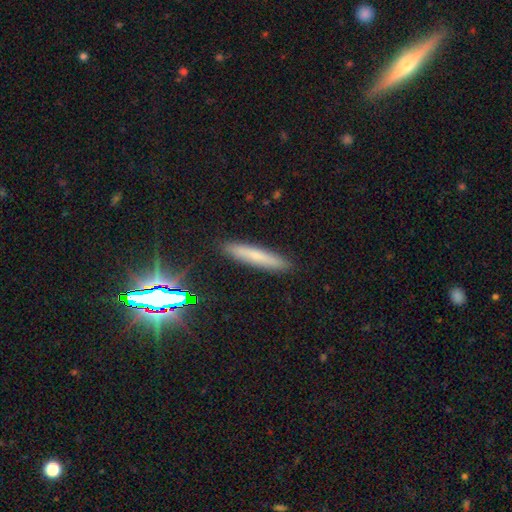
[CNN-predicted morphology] Smooth or featured? smooth (67%)
How rounded? cigar-shaped (92%)
Merging? none (90%)